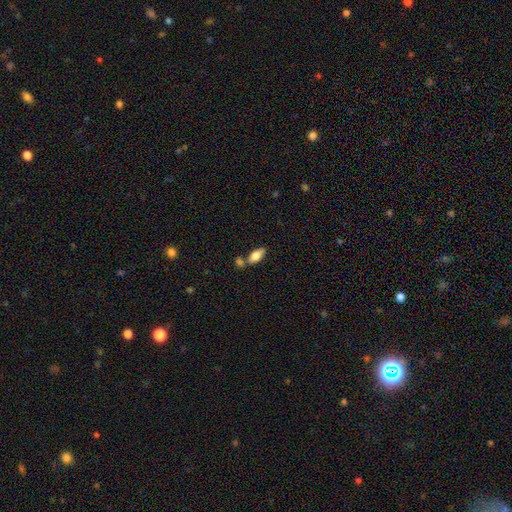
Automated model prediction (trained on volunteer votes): Smooth or featured?
  - smooth: 74% *
  - featured or disk: 19%
  - star or artifact: 7%
How rounded?
  - in between: 84% *
  - cigar-shaped: 13%
  - round: 3%
Merging?
  - none: 62% *
  - merger: 22%
  - minor disturbance: 13%
  - major disturbance: 4%